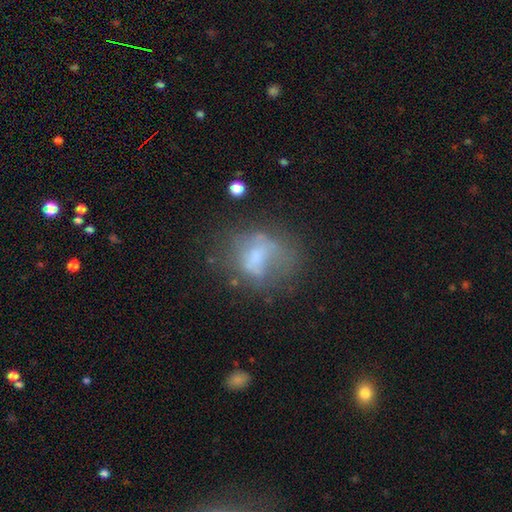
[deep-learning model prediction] The model was most divided on "smooth or featured": smooth: 44%, featured or disk: 42%, star or artifact: 14%. Remaining: merging — none (37%).